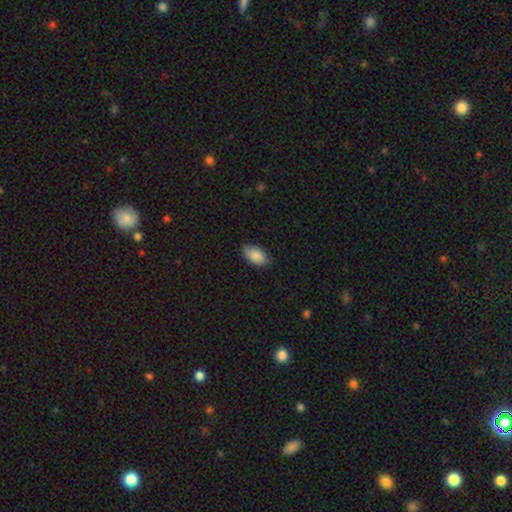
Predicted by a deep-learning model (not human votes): Overall: smooth (89%). How rounded: in between (95%). Merging: none (84%).